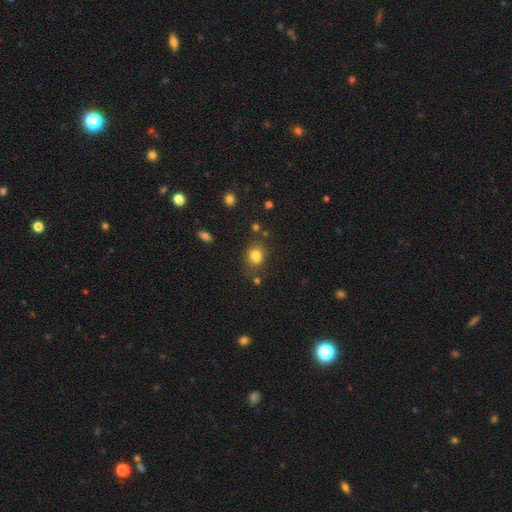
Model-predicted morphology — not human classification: Overall: smooth (80%). How rounded: round (55%; in between 44%). Merging: none (69%).